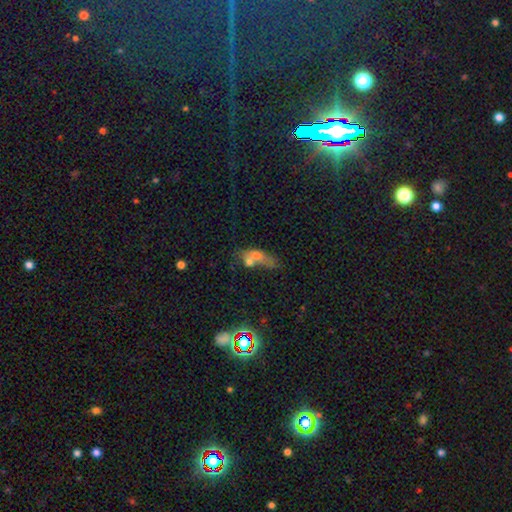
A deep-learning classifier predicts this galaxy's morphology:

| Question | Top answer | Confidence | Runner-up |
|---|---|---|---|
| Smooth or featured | smooth | 56% | featured or disk (27%) |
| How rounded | in between | 62% | cigar-shaped (24%) |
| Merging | merger | 47% | none (23%) |